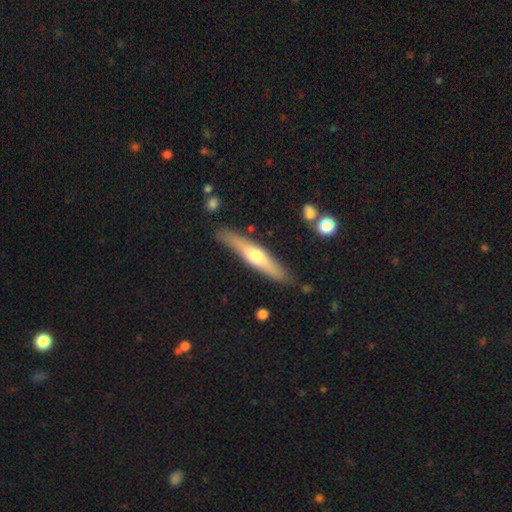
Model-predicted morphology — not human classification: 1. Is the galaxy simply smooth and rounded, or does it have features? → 54% featured or disk, 41% smooth, 5% star or artifact.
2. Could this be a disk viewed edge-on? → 92% yes, 8% no.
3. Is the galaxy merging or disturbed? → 85% none, 10% minor disturbance, 2% major disturbance, 2% merger.